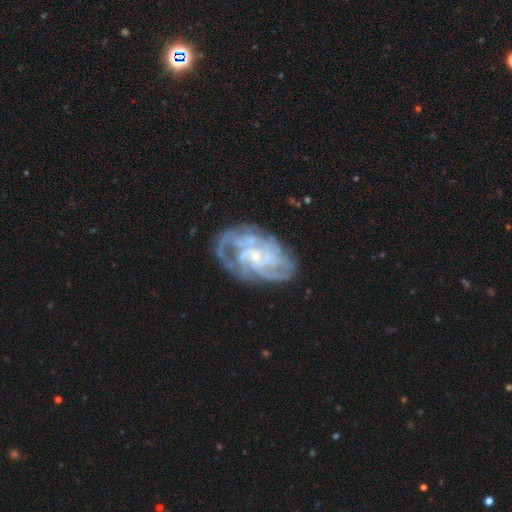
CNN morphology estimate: Overall: featured or disk (85%). Edge-on disk: no (97%). Bar: no (65%; weak 29%). Spiral arms: yes (92%). Spiral arm count: can't tell (33%; 4 20%). Spiral winding: tight (54%; medium 36%). Bulge size: small (74%). Merging: none (65%).